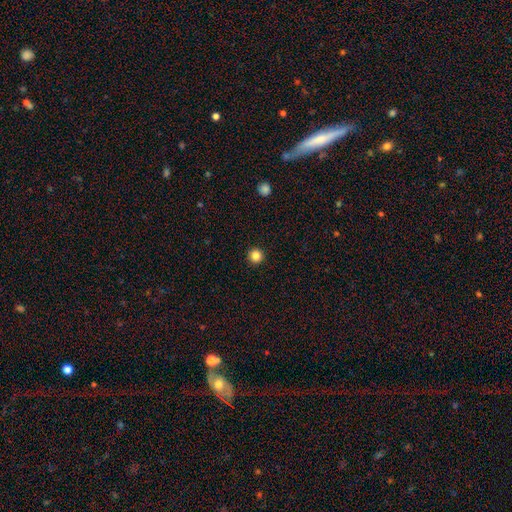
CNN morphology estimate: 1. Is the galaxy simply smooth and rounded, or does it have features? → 85% smooth, 12% star or artifact, 4% featured or disk.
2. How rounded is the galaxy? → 96% round, 3% in between, 1% cigar-shaped.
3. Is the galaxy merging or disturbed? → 94% none, 4% minor disturbance, 1% major disturbance, 1% merger.